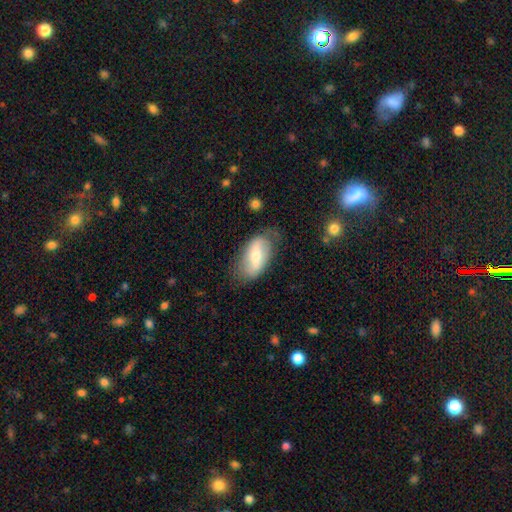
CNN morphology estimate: Smooth or featured? Predicted: smooth (p=0.48). Merging? Predicted: none (p=0.61).